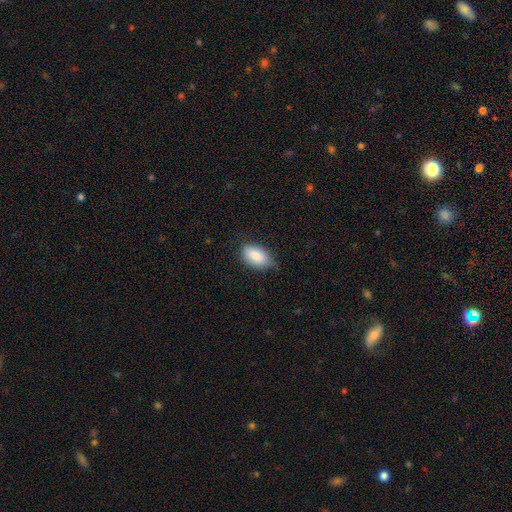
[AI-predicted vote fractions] A smooth galaxy with no disk features (85%) that is in between round and cigar-shaped (92%).

Vote fractions:
- Smooth or featured? smooth: 85% / featured or disk: 8% / star or artifact: 7%
- How rounded? in between: 92% / round: 6% / cigar-shaped: 2%
- Merging? none: 69% / minor disturbance: 26% / major disturbance: 4% / merger: 1%